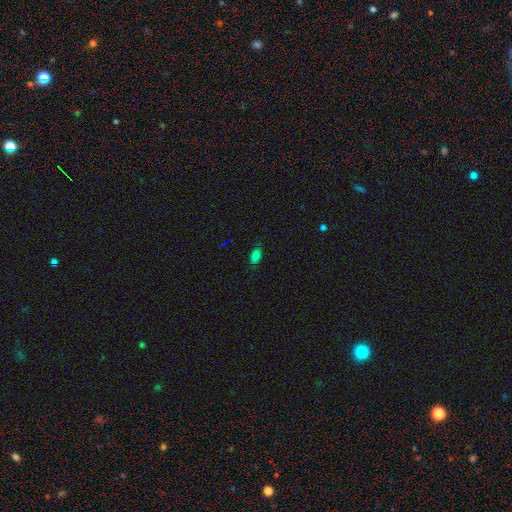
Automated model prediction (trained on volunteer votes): smooth_or_featured: smooth (p=0.74) [alt: star or artifact p=0.18]
how_rounded: in between (p=0.81) [alt: round p=0.13]
merging: none (p=0.79) [alt: minor disturbance p=0.16]